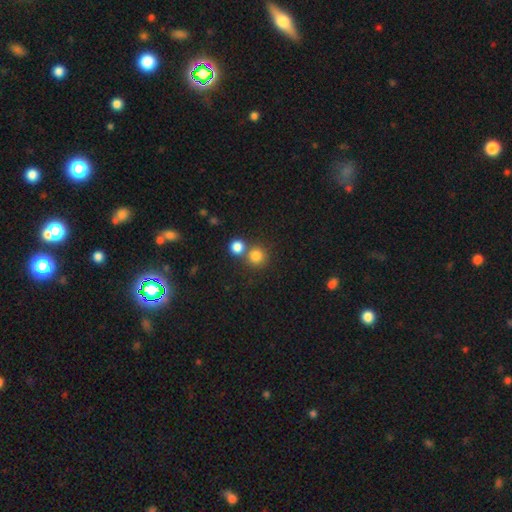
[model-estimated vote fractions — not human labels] Smooth or featured: smooth — 81% (star or artifact — 13%)
How rounded: round — 92% (in between — 7%)
Merging: none — 62% (merger — 29%)